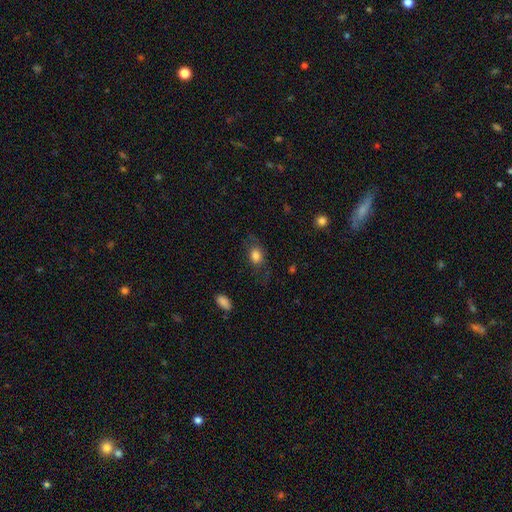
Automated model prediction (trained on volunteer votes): The model was most divided on "how rounded": in between: 66%, round: 31%, cigar-shaped: 2%. More confident: smooth or featured — smooth (79%); merging — none (64%).